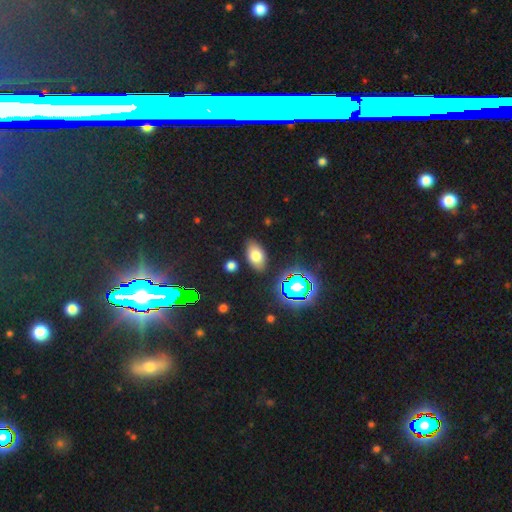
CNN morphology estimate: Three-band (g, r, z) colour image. It shows a smooth galaxy with no disk features (71%) that is in between round and cigar-shaped (90%). Merging: none (84%).